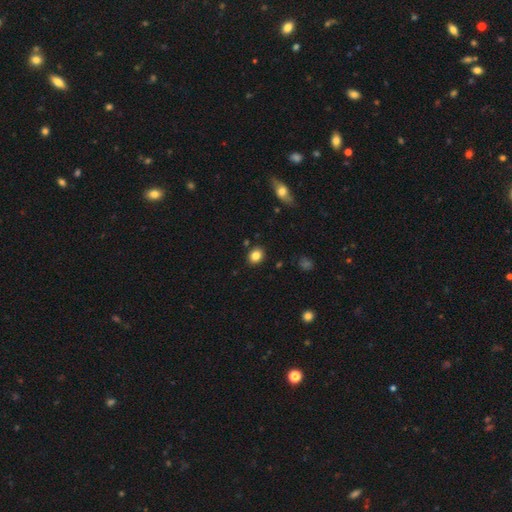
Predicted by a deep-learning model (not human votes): The model was most divided on "how rounded": round: 55%, in between: 44%, cigar-shaped: 1%. More confident: merging — none (87%); smooth or featured — smooth (83%).